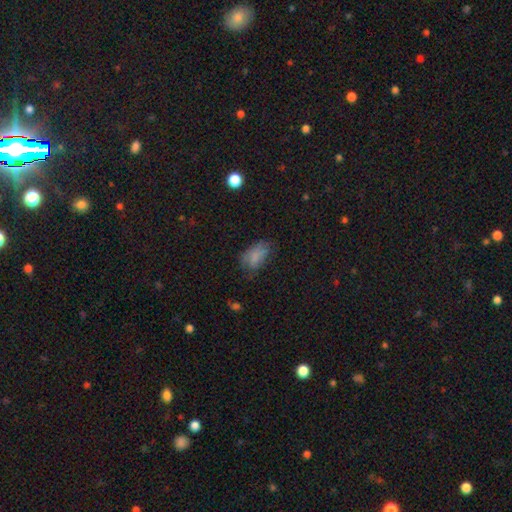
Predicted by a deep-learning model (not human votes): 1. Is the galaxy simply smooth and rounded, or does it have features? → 73% smooth, 15% featured or disk, 12% star or artifact.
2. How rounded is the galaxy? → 91% in between, 6% round, 3% cigar-shaped.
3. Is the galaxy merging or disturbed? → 52% none, 31% minor disturbance, 15% major disturbance, 2% merger.